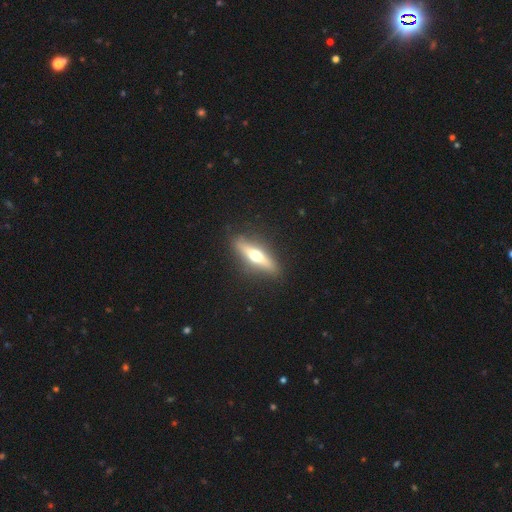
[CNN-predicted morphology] smooth-or-featured: featured or disk: 58% | smooth: 36% | star or artifact: 6%
  disk-edge-on: yes: 90% | no: 10%
    edge-on-bulge: rounded: 95% | none: 3% | boxy: 3%
  merging: none: 88% | minor disturbance: 8% | major disturbance: 2% | merger: 1%